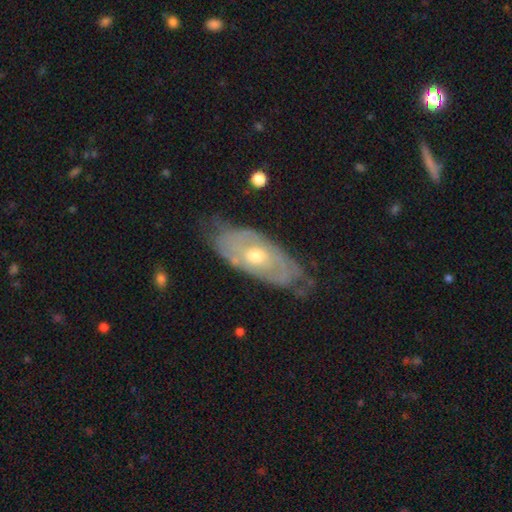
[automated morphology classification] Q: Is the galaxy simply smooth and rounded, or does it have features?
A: featured or disk — 72%.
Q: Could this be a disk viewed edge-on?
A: no — 85%.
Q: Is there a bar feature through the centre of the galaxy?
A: no — 78%.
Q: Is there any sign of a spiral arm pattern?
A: yes — 64%.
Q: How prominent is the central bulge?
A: moderate — 64%.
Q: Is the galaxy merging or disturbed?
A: none — 64%.